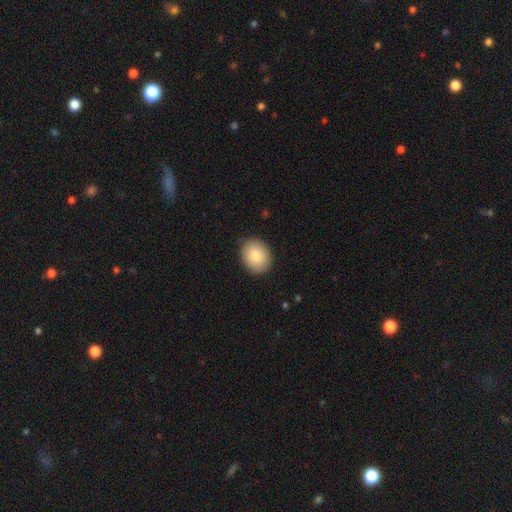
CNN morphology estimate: Smooth or featured: smooth — 85% (featured or disk — 8%)
How rounded: round — 52% (in between — 47%)
Merging: none — 88% (minor disturbance — 9%)